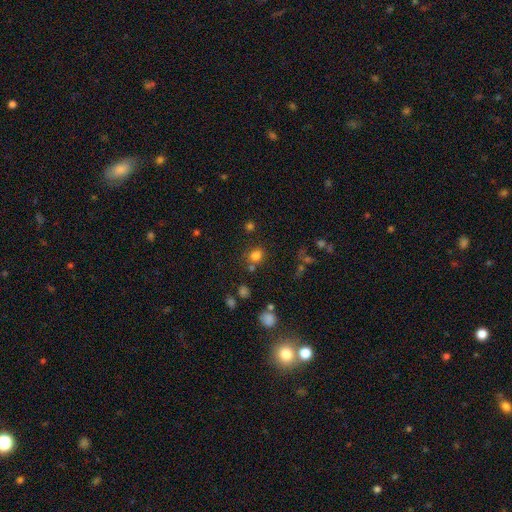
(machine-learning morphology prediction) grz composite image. It shows a smooth galaxy with no disk features (76%) that is round (67%). Merging: none (71%).